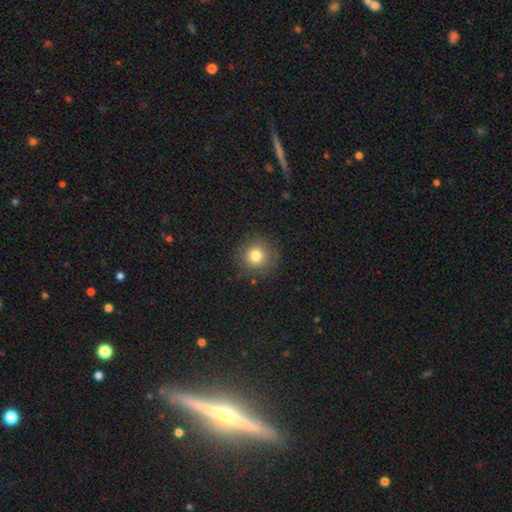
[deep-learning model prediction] Morphology: type=smooth (79%); roundness=round (94%); merging=none (87%).